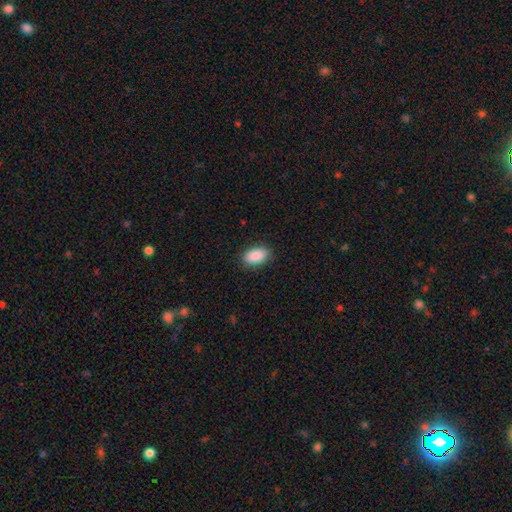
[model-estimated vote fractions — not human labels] A smooth galaxy with no disk features (90%) that is in between round and cigar-shaped (93%).

Vote fractions:
- Smooth or featured? smooth: 90% / star or artifact: 6% / featured or disk: 3%
- How rounded? in between: 93% / round: 5% / cigar-shaped: 2%
- Merging? none: 87% / minor disturbance: 10% / major disturbance: 2% / merger: 1%